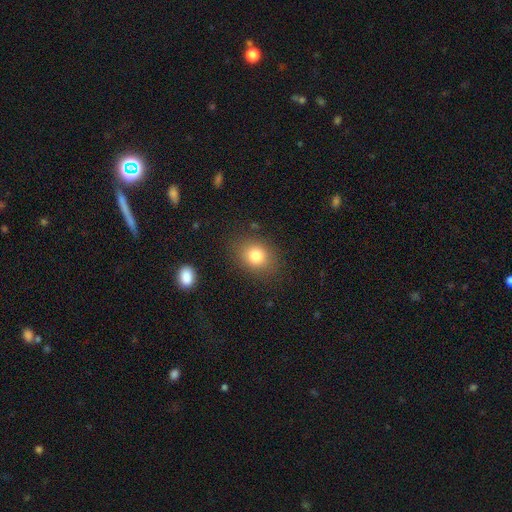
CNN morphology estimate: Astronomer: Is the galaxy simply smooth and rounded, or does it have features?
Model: smooth — 80%.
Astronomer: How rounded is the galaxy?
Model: round — 55% (runner-up: in between, 44%).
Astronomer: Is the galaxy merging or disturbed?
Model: none — 83%.